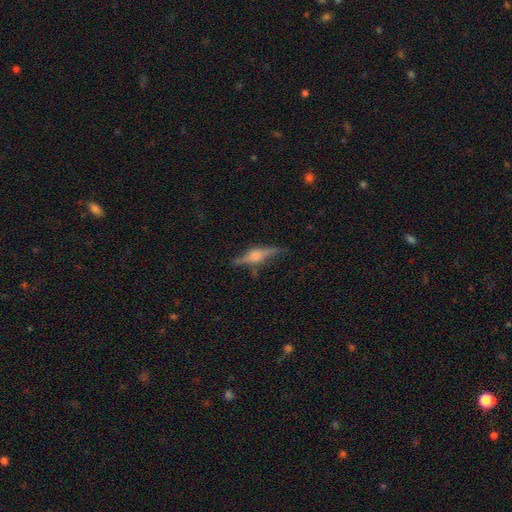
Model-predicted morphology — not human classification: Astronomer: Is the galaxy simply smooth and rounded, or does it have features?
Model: featured or disk — 72%.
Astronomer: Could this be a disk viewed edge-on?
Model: yes — 95%.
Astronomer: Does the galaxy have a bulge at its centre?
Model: rounded — 80%.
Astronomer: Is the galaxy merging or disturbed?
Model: none — 79%.